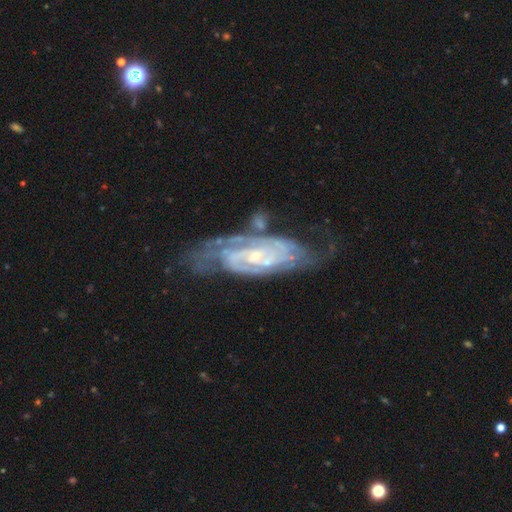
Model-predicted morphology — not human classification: A featured or disk galaxy (88%) with no bar (49%), 2 (45%) tight (63%) spiral arms (96%) and a small central bulge (71%). Merging: none (56%).